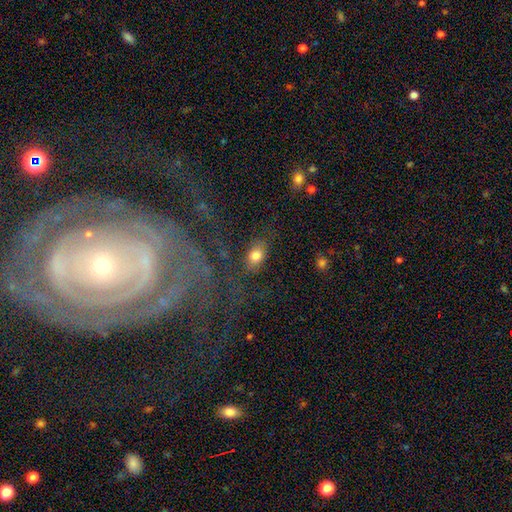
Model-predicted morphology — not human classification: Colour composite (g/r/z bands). It shows a smooth galaxy with no disk features (77%) that is in between round and cigar-shaped (77%). Merging: none (76%).